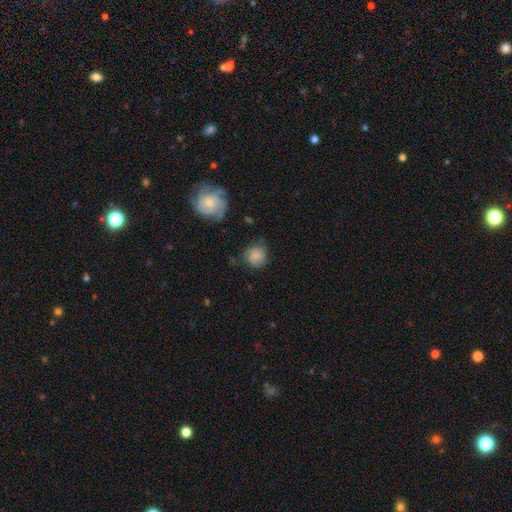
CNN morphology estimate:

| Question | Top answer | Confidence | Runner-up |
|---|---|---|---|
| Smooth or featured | smooth | 77% | featured or disk (14%) |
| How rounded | round | 82% | in between (17%) |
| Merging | none | 66% | minor disturbance (23%) |